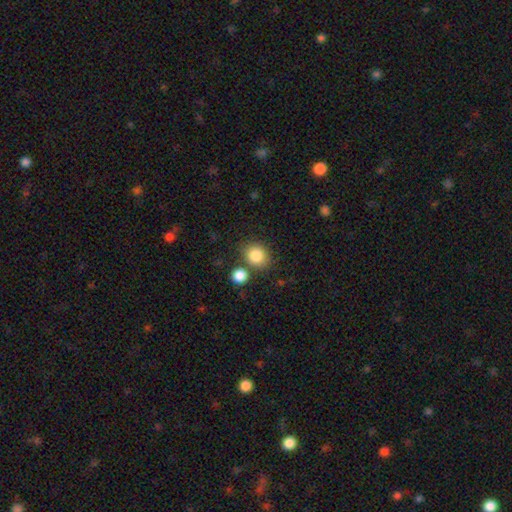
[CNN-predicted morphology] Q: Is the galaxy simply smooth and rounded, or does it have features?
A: smooth — 86%.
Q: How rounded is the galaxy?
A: round — 77%.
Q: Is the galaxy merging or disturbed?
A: none — 70%.